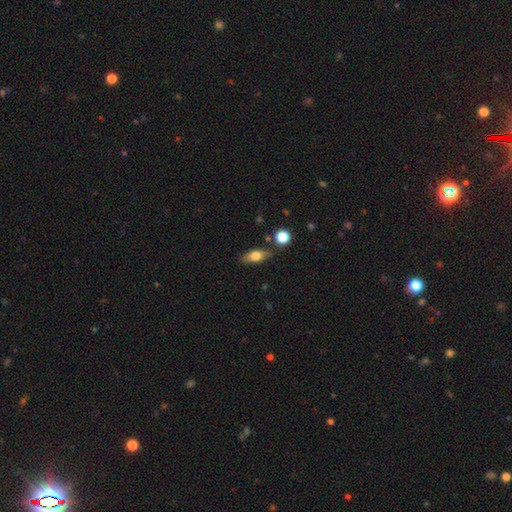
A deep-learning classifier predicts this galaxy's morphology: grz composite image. It shows a smooth galaxy with no disk features (65%) that is in between round and cigar-shaped (74%). Merging: none (78%).